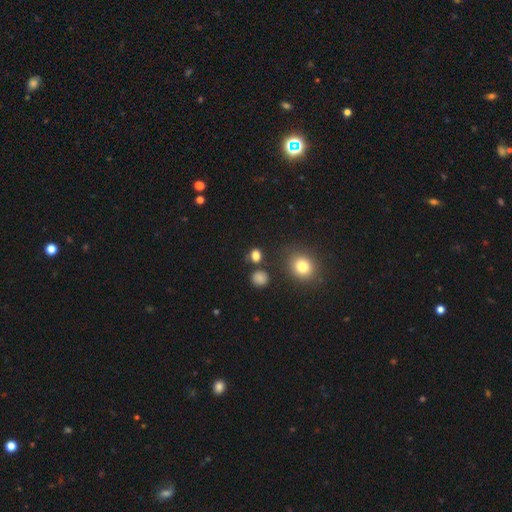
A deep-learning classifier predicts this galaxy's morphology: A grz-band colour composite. It shows a smooth galaxy with no disk features (79%) that is round (77%). Merging: none (78%).